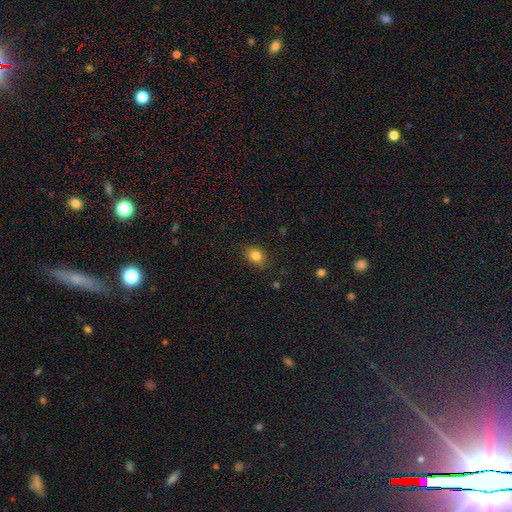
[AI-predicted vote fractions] A smooth galaxy with no disk features (83%) that is in between round and cigar-shaped (56%).

Vote fractions:
- Smooth or featured? smooth: 83% / star or artifact: 11% / featured or disk: 6%
- How rounded? in between: 56% / round: 43% / cigar-shaped: 1%
- Merging? none: 81% / minor disturbance: 15% / major disturbance: 3% / merger: 1%